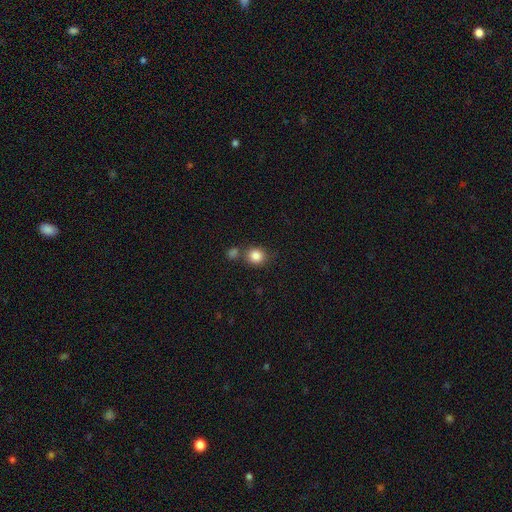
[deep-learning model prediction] Smooth or featured: smooth — 85% (star or artifact — 10%)
How rounded: round — 82% (in between — 17%)
Merging: none — 68% (merger — 18%)